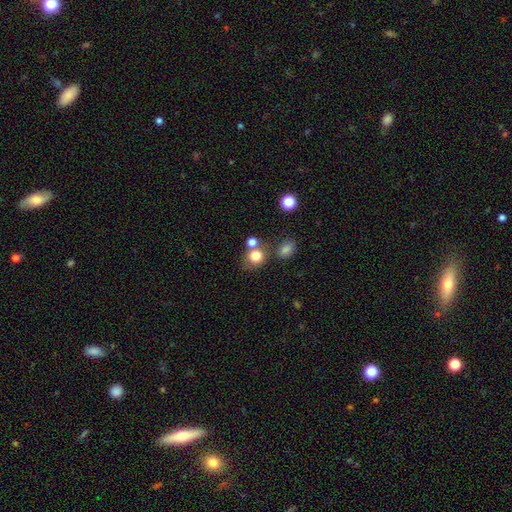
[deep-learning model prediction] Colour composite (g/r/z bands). It shows a smooth galaxy with no disk features (80%) that is round (73%). Merging: none (57%).